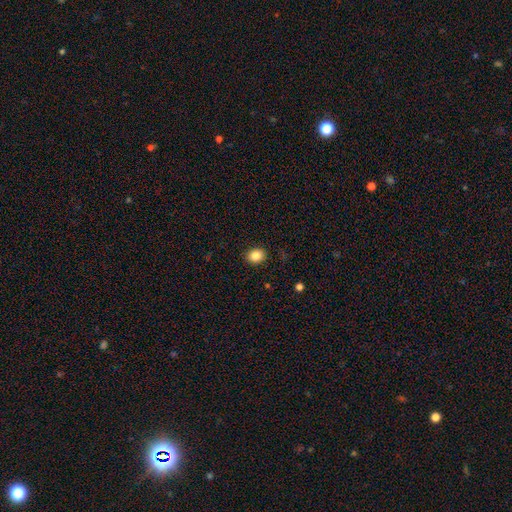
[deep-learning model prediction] Smooth or featured? Predicted: smooth (p=0.85). How rounded? Predicted: round (p=0.50). Merging? Predicted: none (p=0.89).